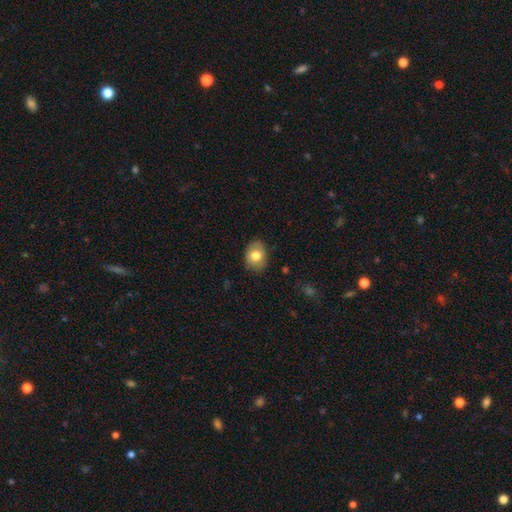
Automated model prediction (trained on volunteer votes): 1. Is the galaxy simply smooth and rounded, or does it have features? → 76% smooth, 16% featured or disk, 8% star or artifact.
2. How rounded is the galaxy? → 65% in between, 34% round, 1% cigar-shaped.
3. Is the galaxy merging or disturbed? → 83% none, 13% minor disturbance, 3% major disturbance, 1% merger.